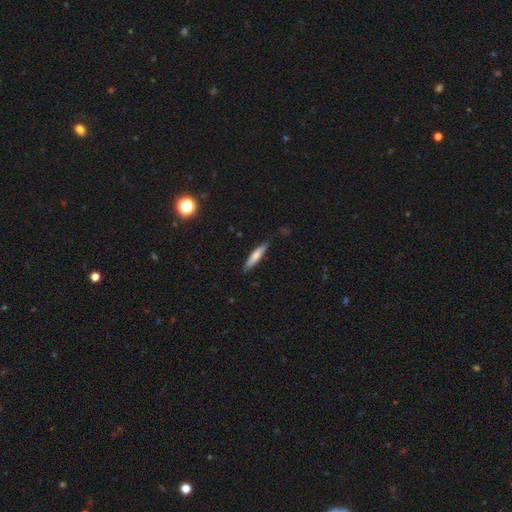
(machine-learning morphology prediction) smooth 68%, featured or disk 26%, star or artifact 6%. Down the decision tree: how rounded — cigar-shaped (85%); merging — none (82%).